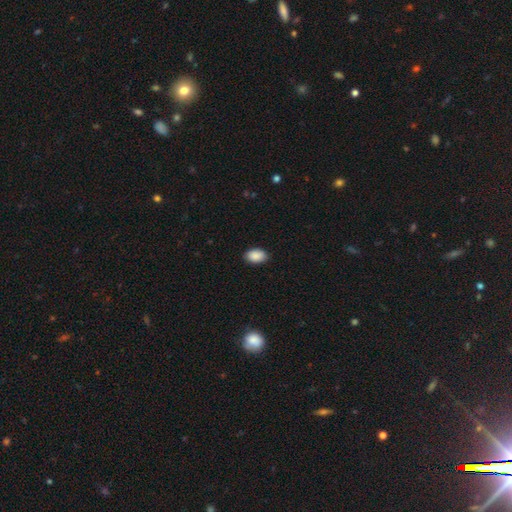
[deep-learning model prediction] smooth 90%, star or artifact 7%, featured or disk 3%. Down the decision tree: how rounded — in between (90%); merging — none (89%).